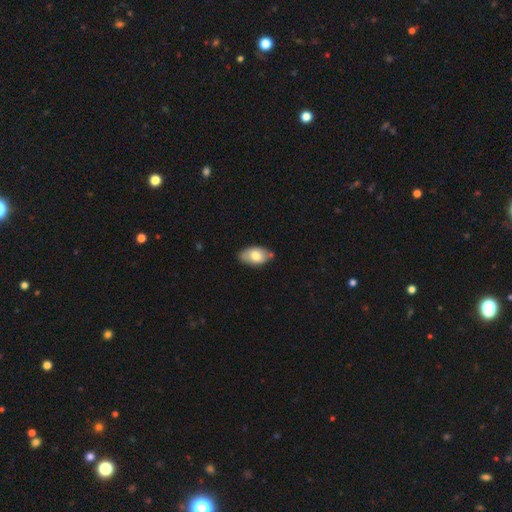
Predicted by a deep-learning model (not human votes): A smooth galaxy with no disk features (76%) that is in between round and cigar-shaped (92%).

Vote fractions:
- Smooth or featured? smooth: 76% / featured or disk: 17% / star or artifact: 7%
- How rounded? in between: 92% / round: 6% / cigar-shaped: 2%
- Merging? none: 67% / minor disturbance: 23% / merger: 6% / major disturbance: 4%